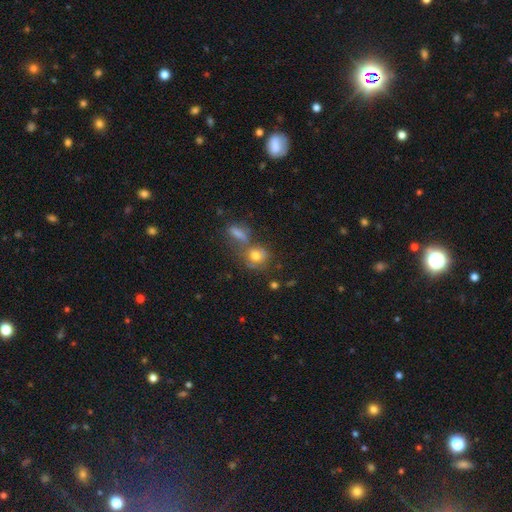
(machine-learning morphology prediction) This appears to be a smooth galaxy with no disk features (69%) that is round (67%). Merging: none (44%).